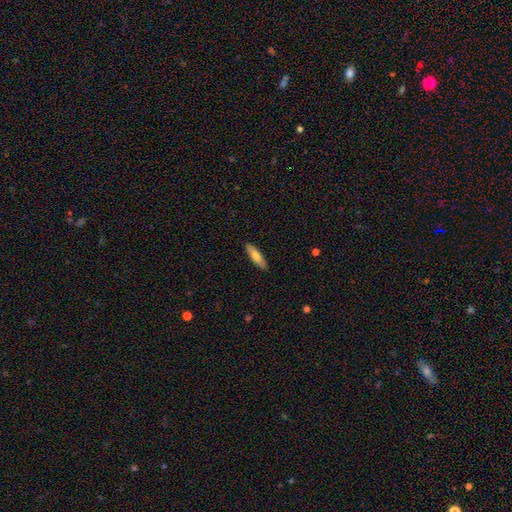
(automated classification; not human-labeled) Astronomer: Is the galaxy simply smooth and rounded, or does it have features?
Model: smooth — 68%.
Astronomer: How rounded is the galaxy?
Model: cigar-shaped — 65%.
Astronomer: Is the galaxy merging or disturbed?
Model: none — 89%.